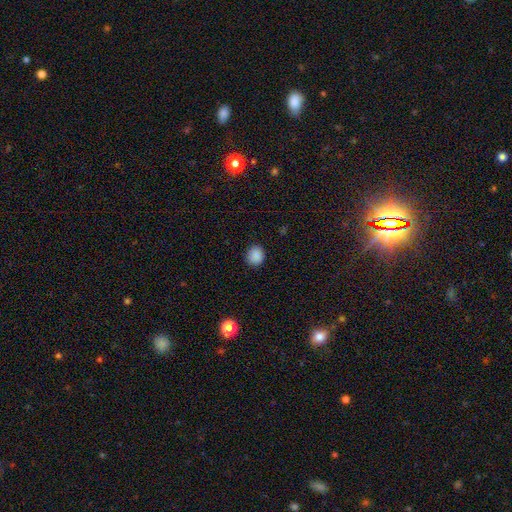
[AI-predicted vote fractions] A smooth galaxy with no disk features (88%) that is round (77%). Merging: none (90%).